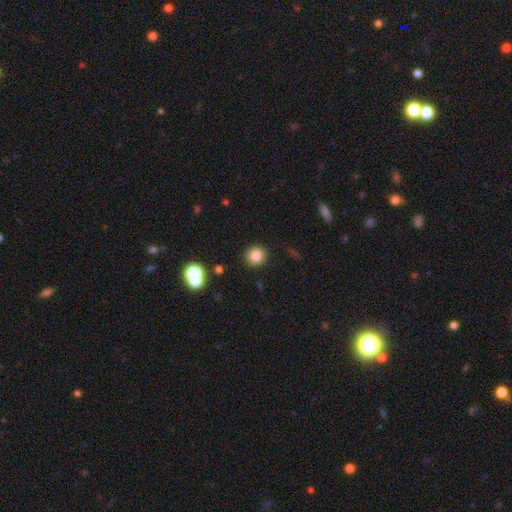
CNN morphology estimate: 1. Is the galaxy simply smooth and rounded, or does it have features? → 82% smooth, 12% star or artifact, 6% featured or disk.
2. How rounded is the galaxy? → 91% round, 8% in between, 1% cigar-shaped.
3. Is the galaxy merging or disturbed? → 90% none, 6% minor disturbance, 2% merger, 2% major disturbance.